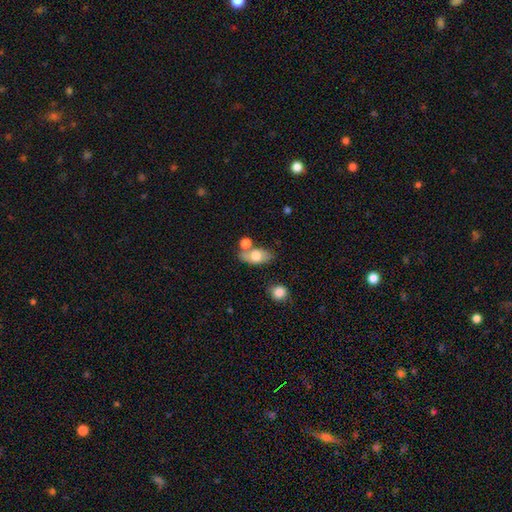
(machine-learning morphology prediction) Smooth or featured: smooth — 70% (featured or disk — 23%)
How rounded: in between — 86% (round — 9%)
Merging: none — 54% (merger — 25%)